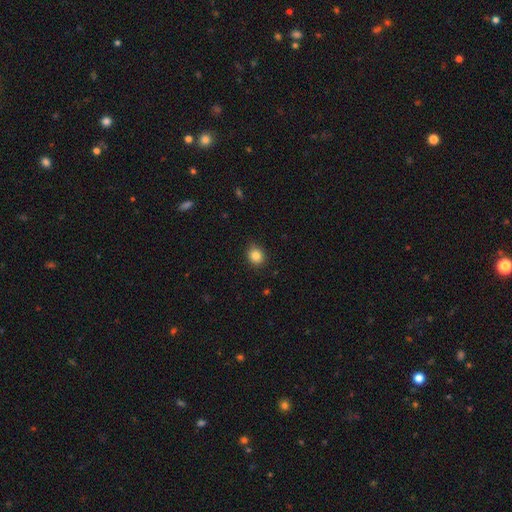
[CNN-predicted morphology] smooth-or-featured: smooth: 84% | star or artifact: 10% | featured or disk: 5%
  how-rounded: round: 72% | in between: 27% | cigar-shaped: 1%
  merging: none: 85% | minor disturbance: 12% | major disturbance: 2% | merger: 1%